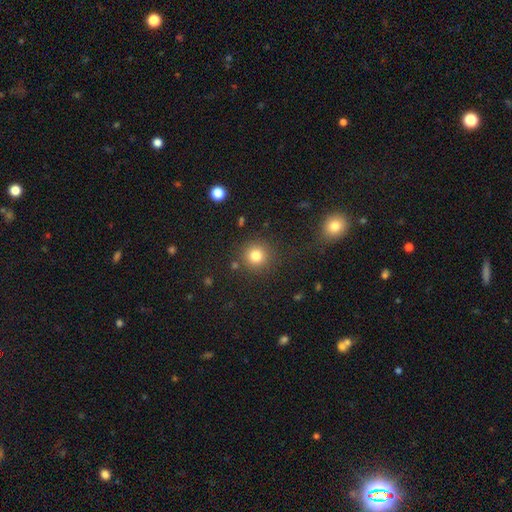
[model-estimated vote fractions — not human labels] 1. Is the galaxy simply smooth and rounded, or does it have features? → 82% smooth, 13% star or artifact, 6% featured or disk.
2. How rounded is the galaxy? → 94% round, 5% in between, 1% cigar-shaped.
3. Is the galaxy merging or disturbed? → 87% none, 7% minor disturbance, 3% merger, 3% major disturbance.